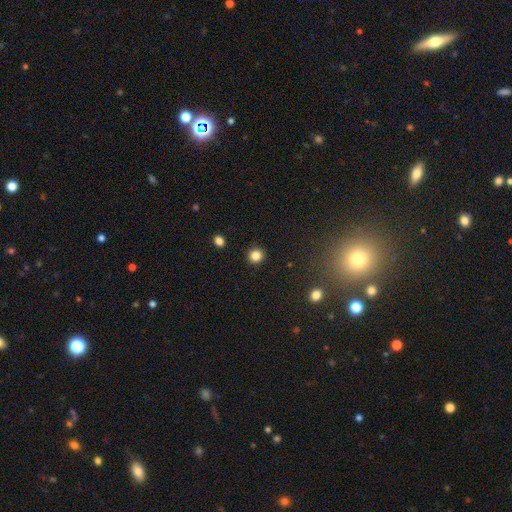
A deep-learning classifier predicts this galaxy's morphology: smooth_or_featured: smooth (p=0.84) [alt: star or artifact p=0.12]
how_rounded: round (p=0.92) [alt: in between p=0.07]
merging: none (p=0.92) [alt: minor disturbance p=0.05]